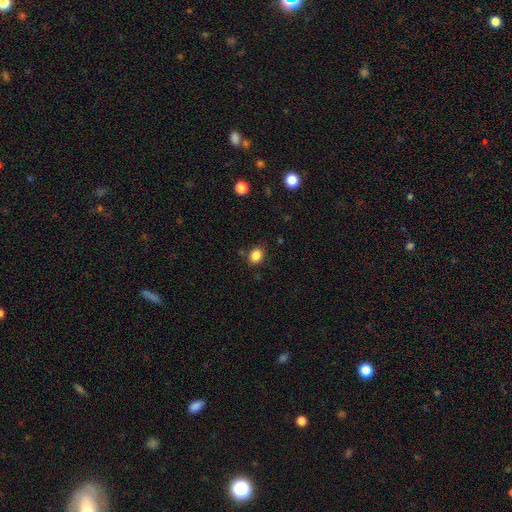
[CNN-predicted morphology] Smooth or featured? smooth (85%)
How rounded? round (57%)
Merging? none (81%)